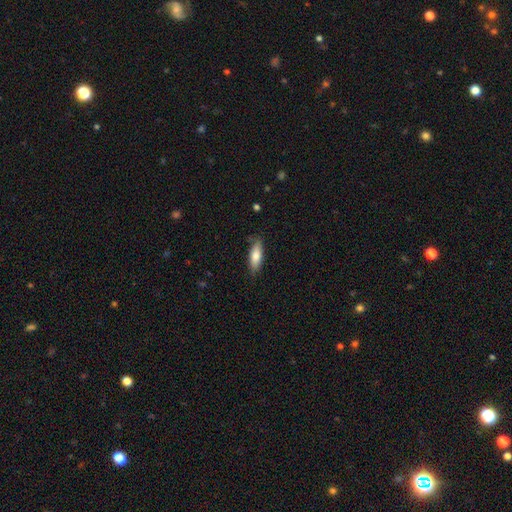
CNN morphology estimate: Smooth or featured: smooth — 78% (featured or disk — 16%)
How rounded: in between — 62% (cigar-shaped — 36%)
Merging: none — 81% (minor disturbance — 15%)